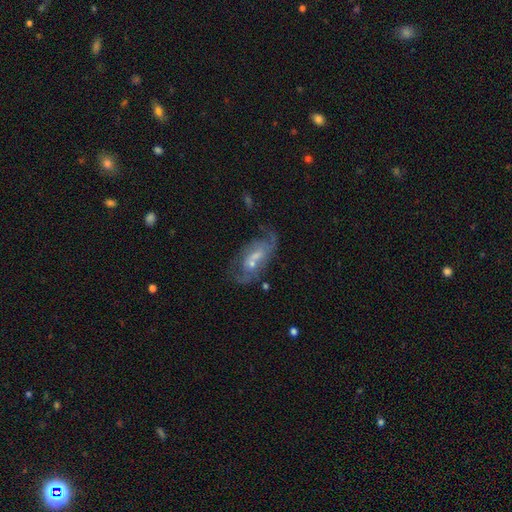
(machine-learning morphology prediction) smooth_or_featured: featured or disk (p=0.72) [alt: smooth p=0.18]
disk_edge_on: no (p=0.93) [alt: yes p=0.07]
bar: no (p=0.47) [alt: weak p=0.42]
has_spiral_arms: yes (p=0.80) [alt: no p=0.20]
spiral_winding: medium (p=0.43) [alt: tight p=0.29]
spiral_arm_count: 2 (p=0.54) [alt: can't tell p=0.28]
bulge_size: small (p=0.54) [alt: moderate p=0.34]
merging: none (p=0.47) [alt: minor disturbance p=0.20]